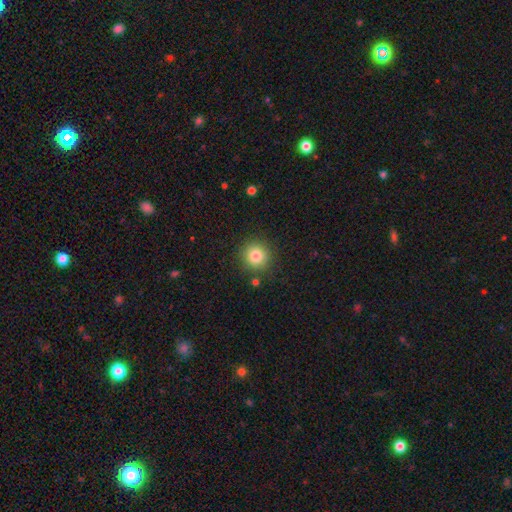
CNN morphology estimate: A smooth galaxy with no disk features (82%) that is round (93%).

Vote fractions:
- Smooth or featured? smooth: 82% / star or artifact: 11% / featured or disk: 7%
- How rounded? round: 93% / in between: 6% / cigar-shaped: 1%
- Merging? none: 88% / minor disturbance: 7% / major disturbance: 3% / merger: 2%